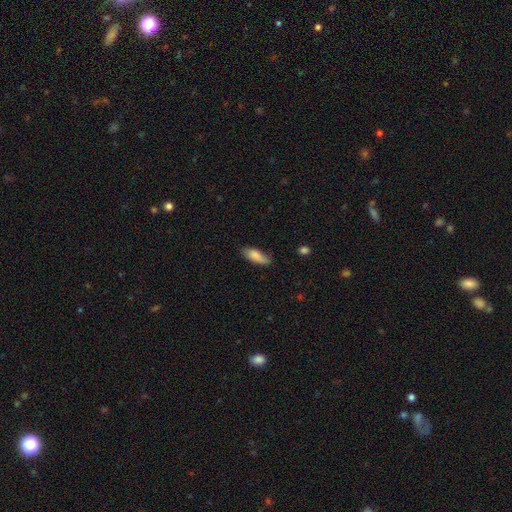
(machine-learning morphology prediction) Smooth or featured?
  - smooth: 84% *
  - featured or disk: 9%
  - star or artifact: 6%
How rounded?
  - in between: 70% *
  - cigar-shaped: 28%
  - round: 2%
Merging?
  - none: 72% *
  - minor disturbance: 22%
  - major disturbance: 4%
  - merger: 2%